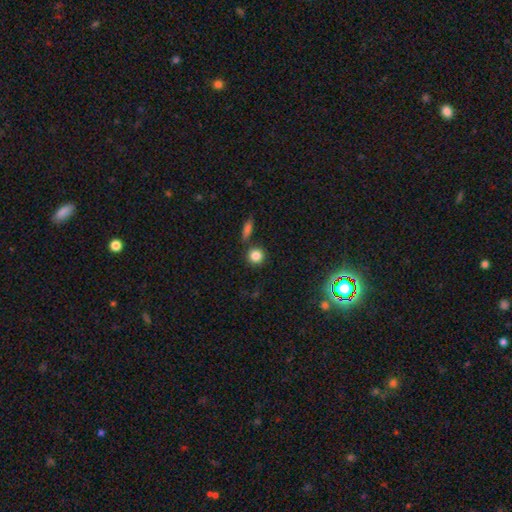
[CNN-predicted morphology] type=smooth (83%); roundness=round (90%); merging=none (79%).